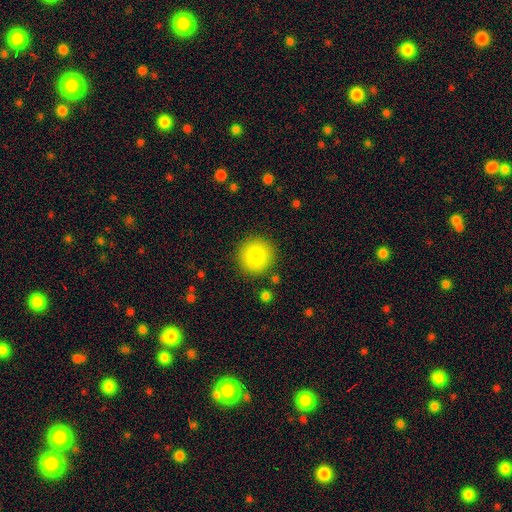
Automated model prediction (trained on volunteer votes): The model was most divided on "smooth or featured": smooth: 83%, star or artifact: 9%, featured or disk: 8%. More confident: how rounded — round (95%); merging — none (88%).